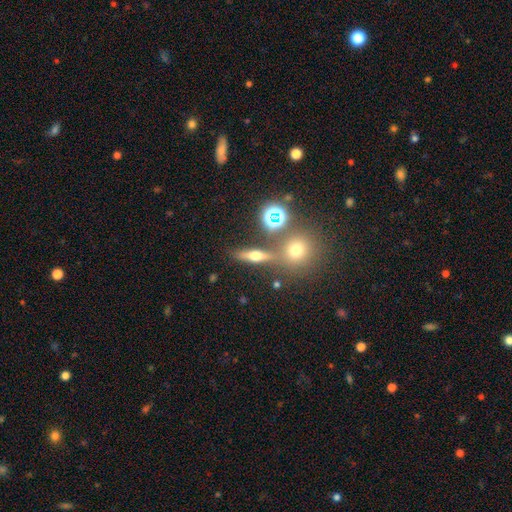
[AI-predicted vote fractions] Q: Smooth or featured?
A: smooth (44%); runner-up: featured or disk (35%)
Q: Merging?
A: none (73%); runner-up: merger (13%)